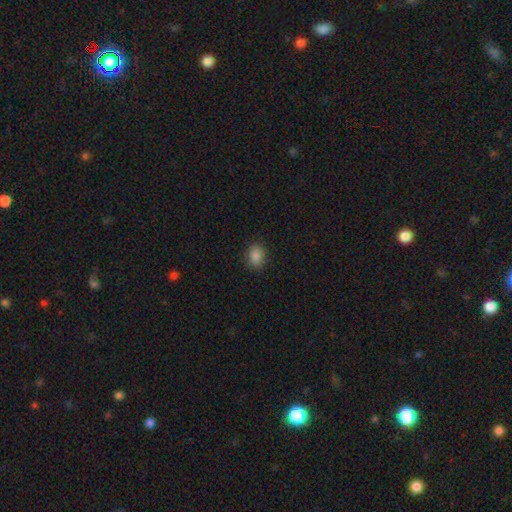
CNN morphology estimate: smooth-or-featured: smooth: 86% | star or artifact: 10% | featured or disk: 4%
  how-rounded: in between: 61% | round: 38% | cigar-shaped: 1%
  merging: none: 87% | minor disturbance: 9% | major disturbance: 2% | merger: 1%